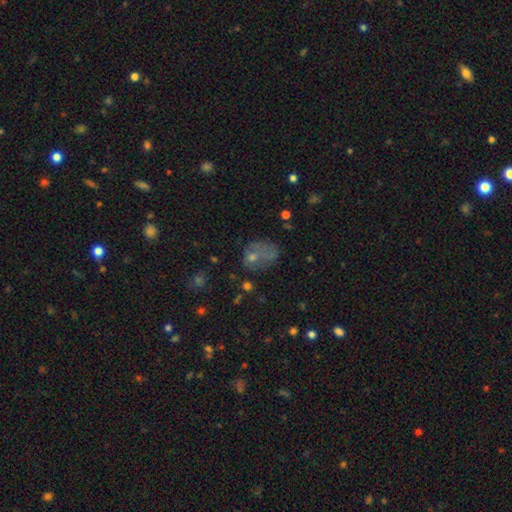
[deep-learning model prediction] Overall: smooth (56%; featured or disk 27%). How rounded: in between (64%; round 35%). Merging: major disturbance (38%; none 30%).